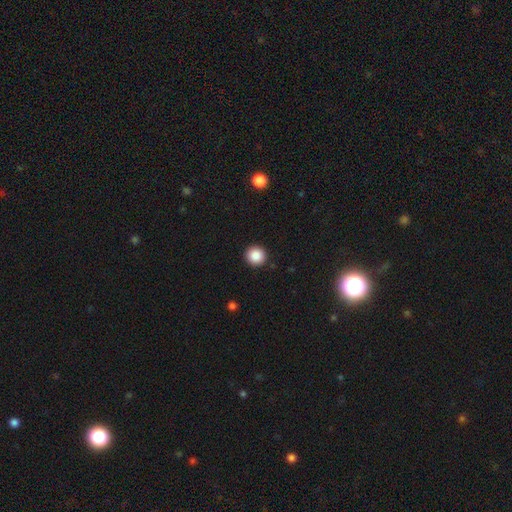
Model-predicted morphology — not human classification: Overall: smooth (88%). How rounded: round (95%). Merging: none (92%).